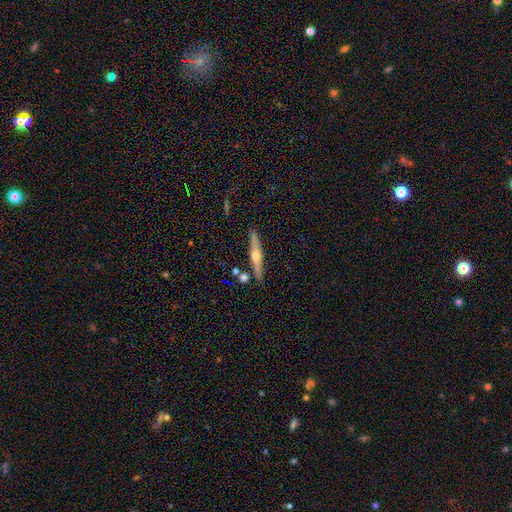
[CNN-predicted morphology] Smooth or featured? Predicted: featured or disk (p=0.77). Edge-on disk? Predicted: yes (p=0.98). Edge-on bulge? Predicted: rounded (p=0.92). Merging? Predicted: none (p=0.87).